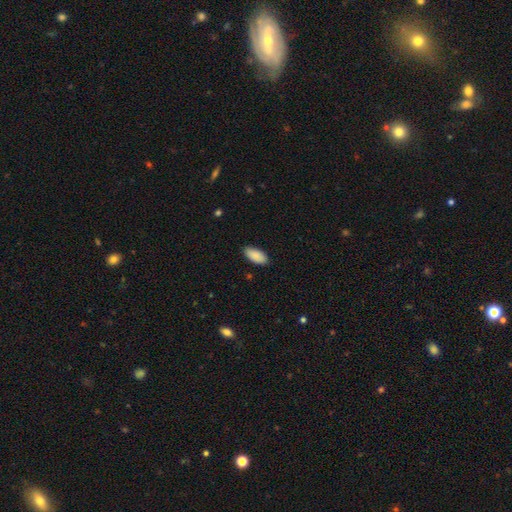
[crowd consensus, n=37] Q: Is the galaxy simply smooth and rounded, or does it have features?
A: smooth — 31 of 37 (84%).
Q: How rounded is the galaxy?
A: in between — 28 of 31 (90%).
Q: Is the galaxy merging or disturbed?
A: none — 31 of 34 (91%).